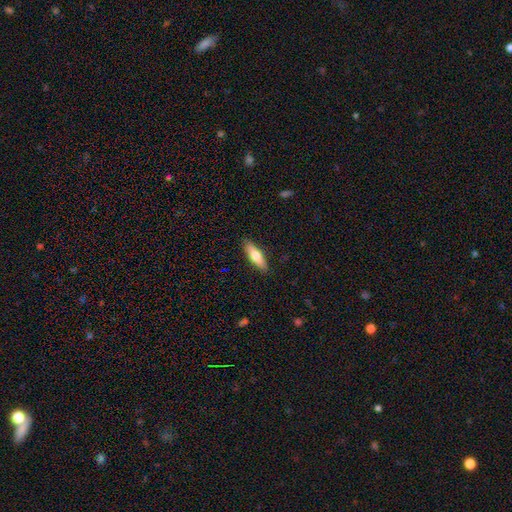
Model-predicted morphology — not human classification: Overall: smooth (67%). How rounded: cigar-shaped (58%; in between 40%). Merging: none (88%).